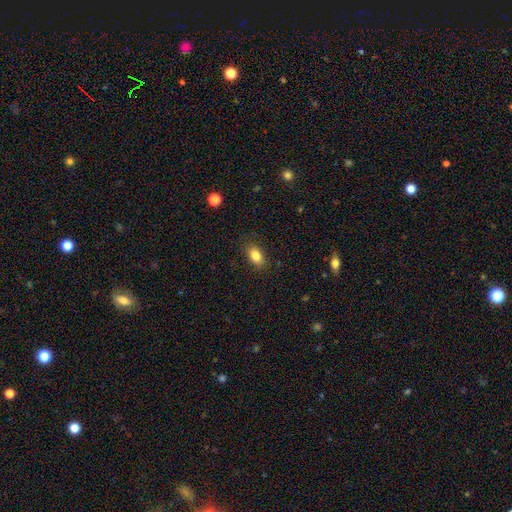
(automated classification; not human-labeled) smooth 84%, star or artifact 9%, featured or disk 7%. Down the decision tree: how rounded — in between (85%); merging — none (85%).